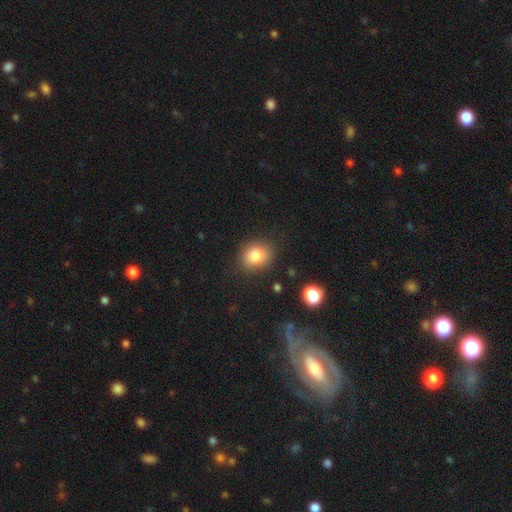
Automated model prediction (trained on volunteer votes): Morphology: type=smooth (82%); roundness=round (58%); merging=none (84%).